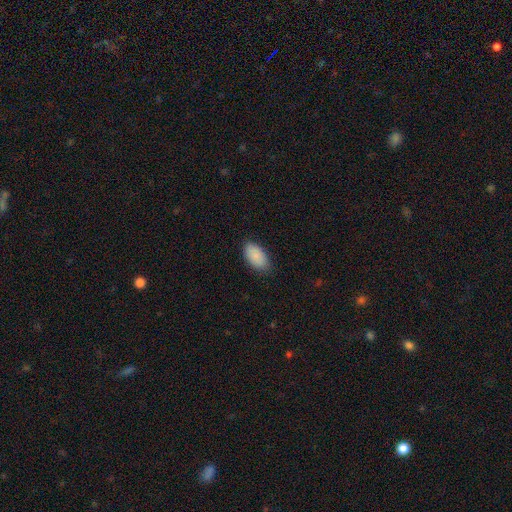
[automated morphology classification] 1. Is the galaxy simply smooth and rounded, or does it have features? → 89% smooth, 6% star or artifact, 5% featured or disk.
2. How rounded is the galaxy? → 95% in between, 3% round, 2% cigar-shaped.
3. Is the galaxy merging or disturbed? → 83% none, 13% minor disturbance, 2% major disturbance, 1% merger.